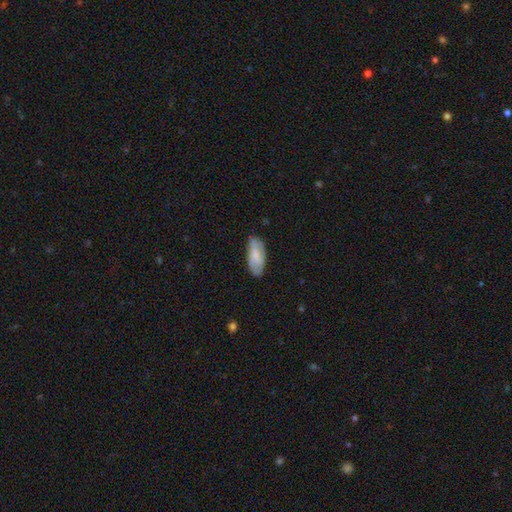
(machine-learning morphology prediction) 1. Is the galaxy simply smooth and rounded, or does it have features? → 73% smooth, 21% featured or disk, 6% star or artifact.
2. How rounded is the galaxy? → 86% in between, 12% cigar-shaped, 2% round.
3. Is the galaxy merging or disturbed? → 75% none, 20% minor disturbance, 4% major disturbance, 1% merger.